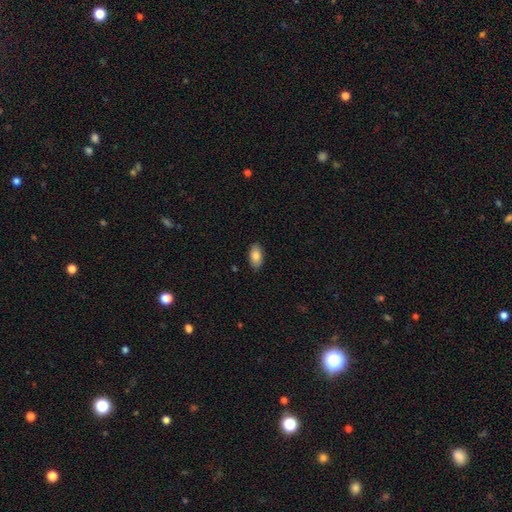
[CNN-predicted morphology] type=smooth (83%); roundness=in between (93%); merging=none (89%).